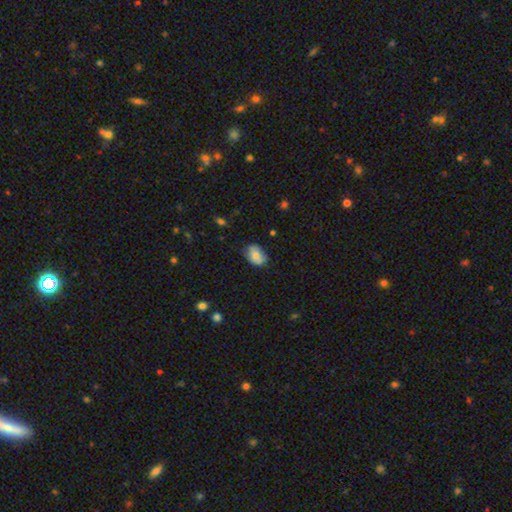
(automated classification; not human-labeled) Overall: smooth (69%). How rounded: in between (68%; round 31%). Merging: none (64%; minor disturbance 28%).